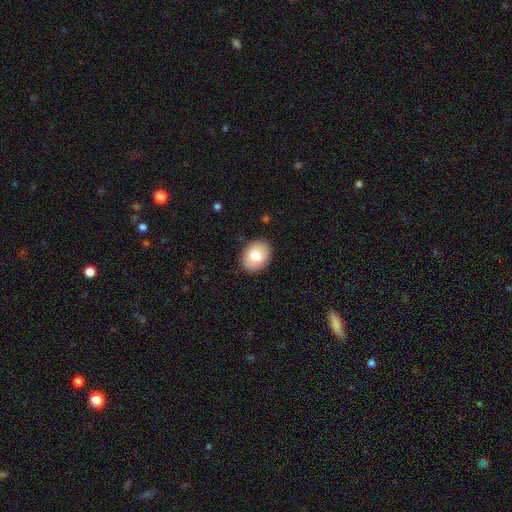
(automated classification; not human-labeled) This is likely a smooth galaxy (78%). How rounded: possibly in between (58%). Merging: clearly none (89%).